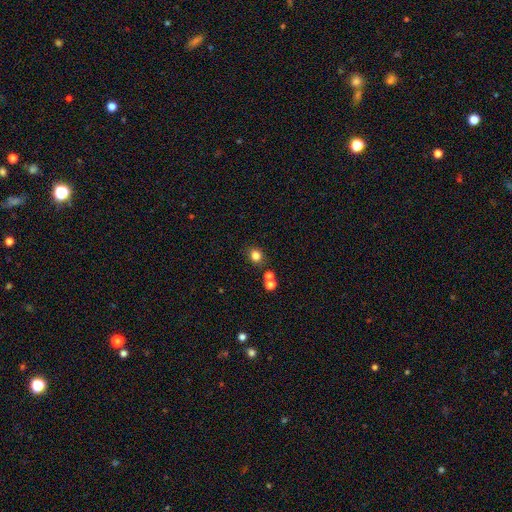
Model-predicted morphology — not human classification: This appears to be a smooth galaxy with no disk features (80%) that is round (72%). Merging: none (78%).